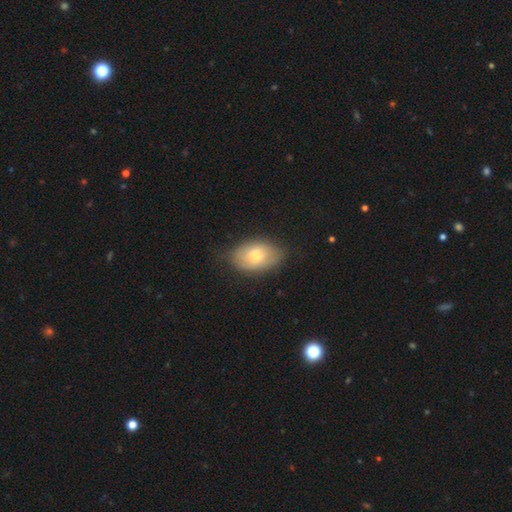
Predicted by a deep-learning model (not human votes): Smooth or featured? Predicted: smooth (p=0.73). How rounded? Predicted: in between (p=0.89). Merging? Predicted: none (p=0.73).